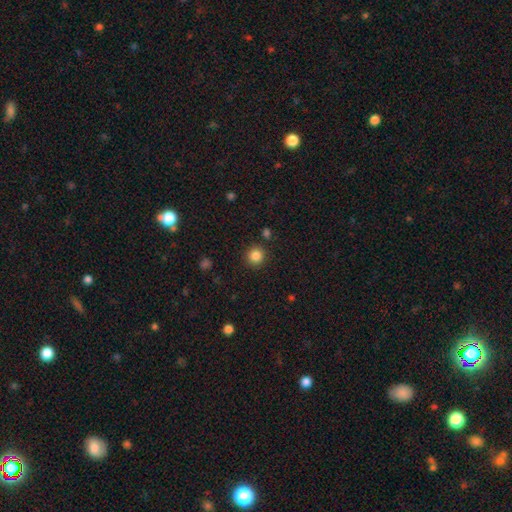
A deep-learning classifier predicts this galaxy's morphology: smooth-or-featured: smooth: 85% | star or artifact: 11% | featured or disk: 4%
  how-rounded: round: 92% | in between: 7% | cigar-shaped: 1%
  merging: none: 89% | minor disturbance: 6% | merger: 2% | major disturbance: 2%